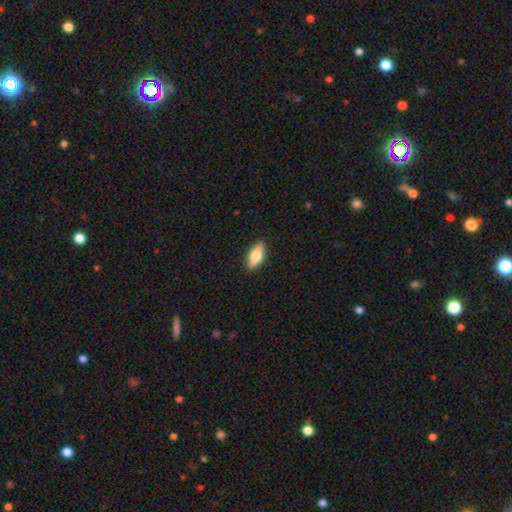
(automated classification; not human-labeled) This is likely a smooth galaxy (72%). How rounded: likely in between (78%). Merging: clearly none (88%).